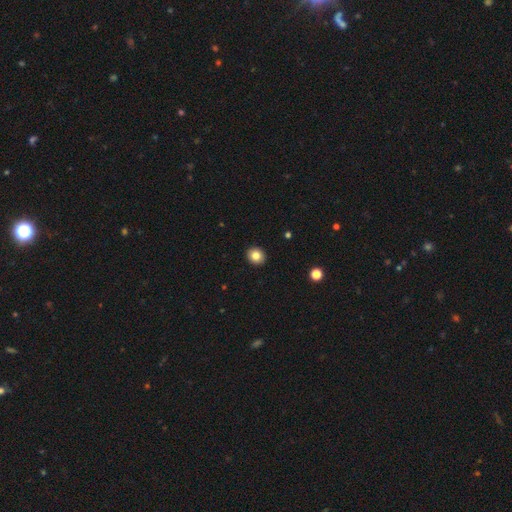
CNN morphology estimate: A smooth galaxy with no disk features (83%) that is round (74%). Merging: none (93%).